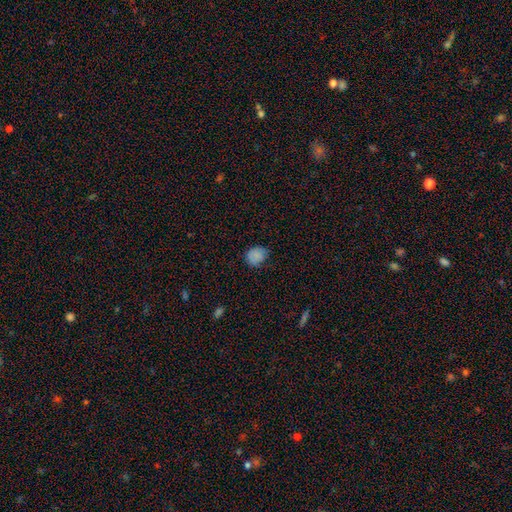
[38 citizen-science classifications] A smooth galaxy with no disk features (89%) that is in between round and cigar-shaped (50%).

Vote fractions:
- Smooth or featured? smooth: 89% / featured or disk: 5% / star or artifact: 5%
- How rounded? in between: 50% / round: 47% / cigar-shaped: 3%
- Merging? minor disturbance: 47% / none: 44% / major disturbance: 8% / merger: 0%